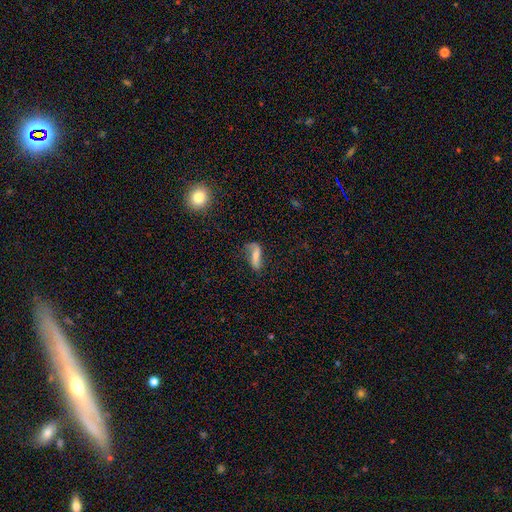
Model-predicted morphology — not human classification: Smooth or featured? Predicted: smooth (p=0.51). How rounded? Predicted: in between (p=0.56). Merging? Predicted: none (p=0.48).